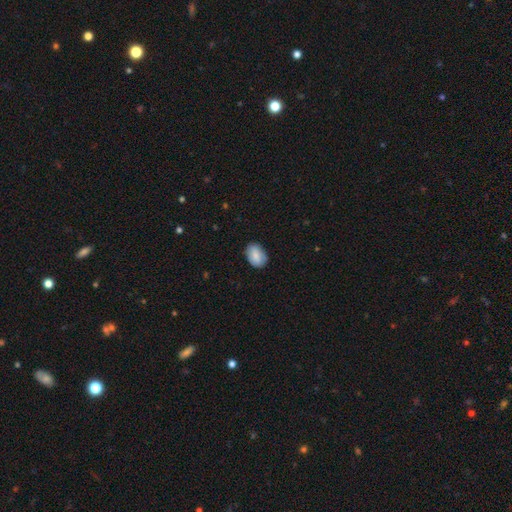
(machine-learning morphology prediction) Q: Smooth or featured?
A: smooth (84%); runner-up: featured or disk (9%)
Q: How rounded?
A: in between (83%); runner-up: round (16%)
Q: Merging?
A: none (82%); runner-up: minor disturbance (14%)